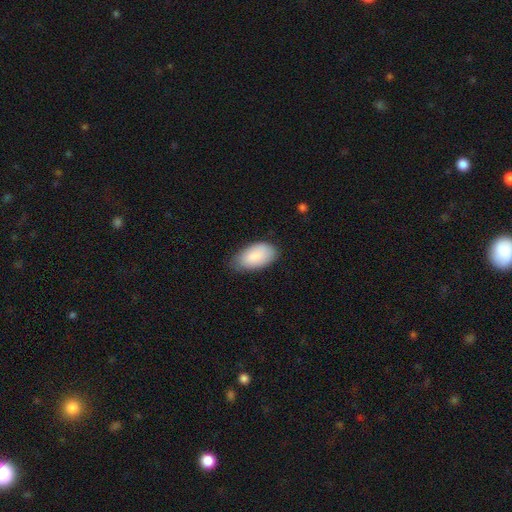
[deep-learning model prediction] Morphology: type=smooth (86%); roundness=in between (95%); merging=none (70%).